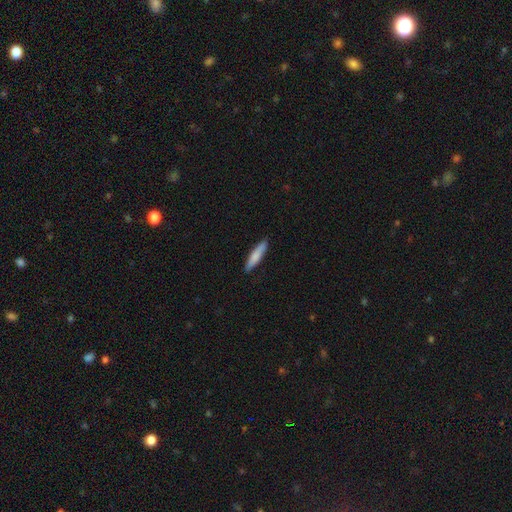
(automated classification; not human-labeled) Morphology: type=smooth (80%); roundness=cigar-shaped (83%); merging=none (88%).